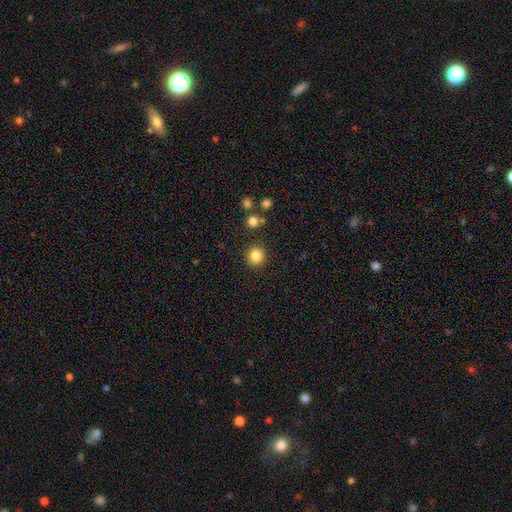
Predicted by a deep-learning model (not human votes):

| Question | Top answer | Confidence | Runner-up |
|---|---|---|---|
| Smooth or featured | smooth | 84% | star or artifact (11%) |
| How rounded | round | 93% | in between (6%) |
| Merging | none | 90% | minor disturbance (6%) |